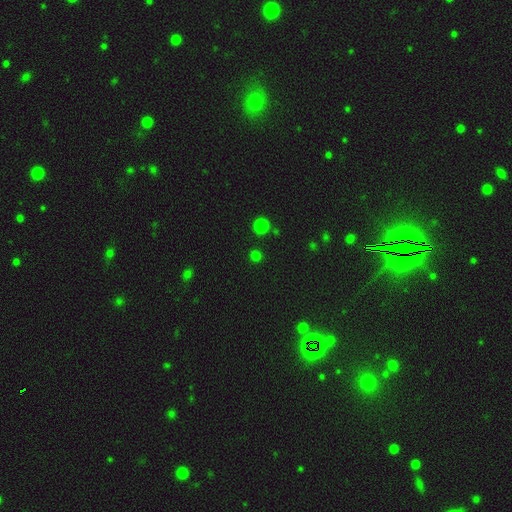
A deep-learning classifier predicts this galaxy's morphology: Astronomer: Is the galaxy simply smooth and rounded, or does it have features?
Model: smooth — 73%.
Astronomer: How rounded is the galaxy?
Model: round — 92%.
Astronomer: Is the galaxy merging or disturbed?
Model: none — 88%.